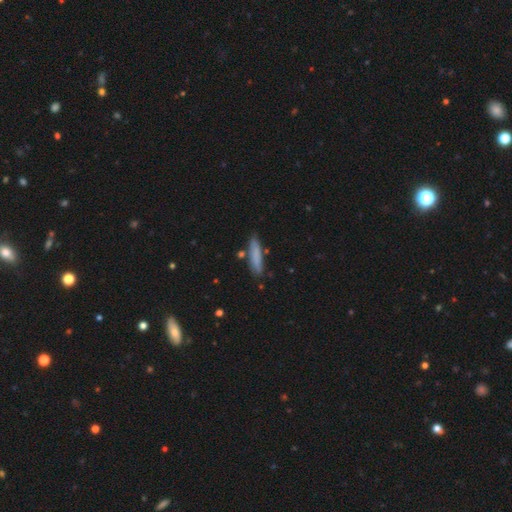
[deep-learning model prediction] Overall: smooth (79%). How rounded: cigar-shaped (83%). Merging: none (81%).